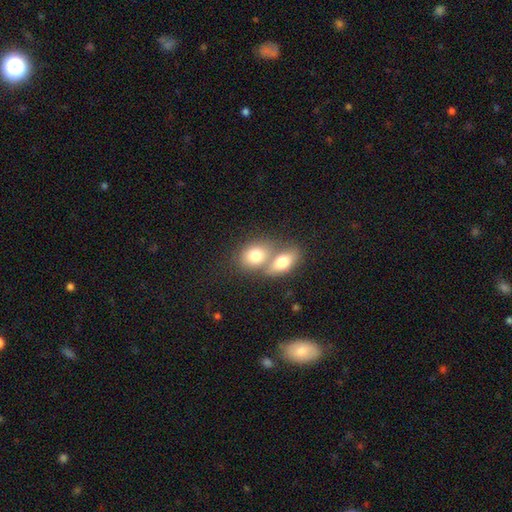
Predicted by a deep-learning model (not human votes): Smooth or featured? Predicted: smooth (p=0.77). How rounded? Predicted: in between (p=0.68). Merging? Predicted: merger (p=0.60).